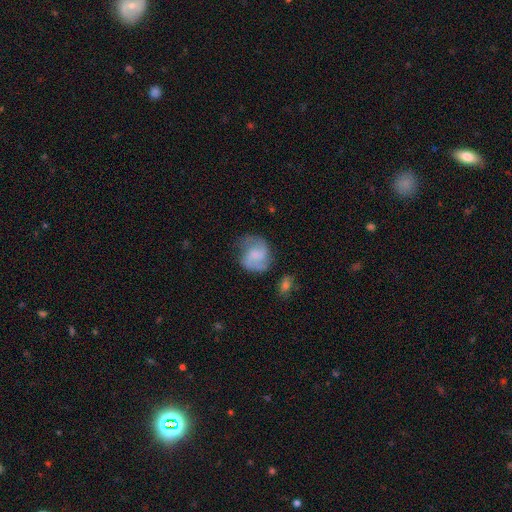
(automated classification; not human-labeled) smooth-or-featured: featured or disk: 60% | smooth: 32% | star or artifact: 7%
  disk-edge-on: no: 98% | yes: 2%
    bar: no: 55% | weak: 38% | strong: 7%
    has-spiral-arms: yes: 89% | no: 11%
      spiral-winding: medium: 49% | loose: 27% | tight: 23%
      spiral-arm-count: 2: 76% | can't tell: 11% | 3: 5% | 1: 4% | 4: 2% | more than 4: 2%
    bulge-size: none: 41% | small: 30% | moderate: 21% | large: 6% | dominant: 2%
  merging: none: 59% | minor disturbance: 24% | major disturbance: 14% | merger: 4%